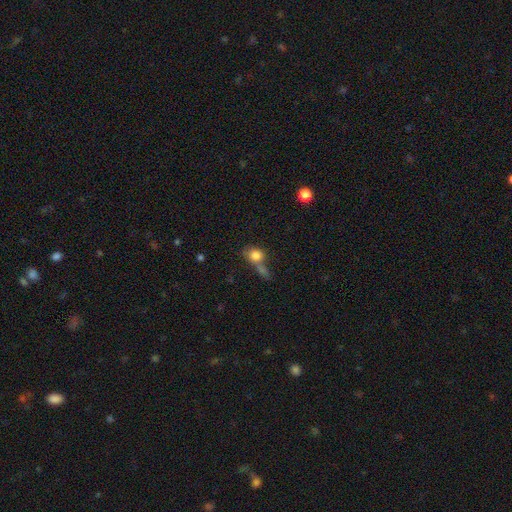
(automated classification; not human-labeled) Q: Smooth or featured?
A: smooth (79%); runner-up: featured or disk (11%)
Q: How rounded?
A: round (56%); runner-up: in between (41%)
Q: Merging?
A: merger (42%); runner-up: none (32%)